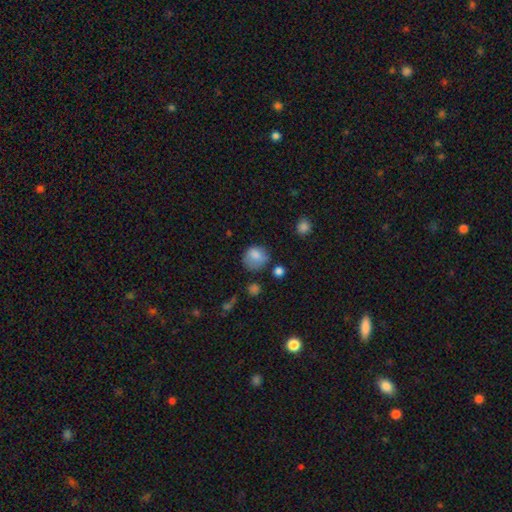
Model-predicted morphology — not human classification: smooth 79%, featured or disk 12%, star or artifact 10%. Down the decision tree: how rounded — round (73%); merging — none (52%).